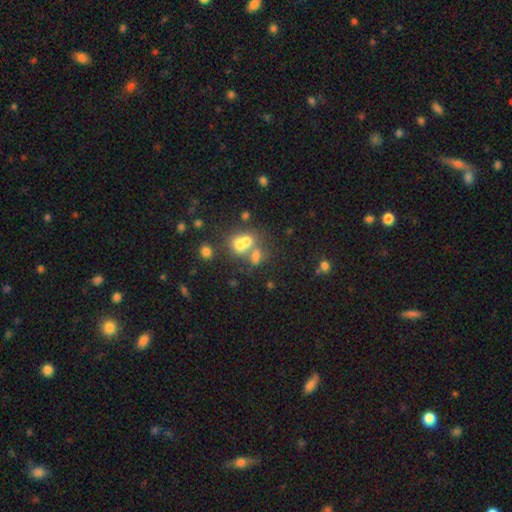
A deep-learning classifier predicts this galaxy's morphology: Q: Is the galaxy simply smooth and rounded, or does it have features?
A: smooth — 60%.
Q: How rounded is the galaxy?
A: round — 52%.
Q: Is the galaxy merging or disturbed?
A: merger — 55%.